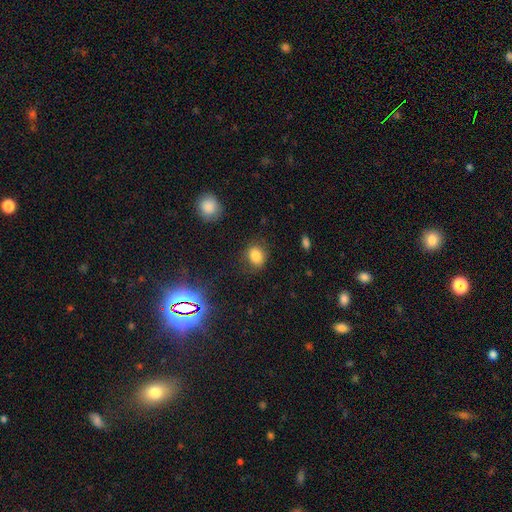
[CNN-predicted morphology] The model was most divided on "how rounded": round: 54%, in between: 44%, cigar-shaped: 1%. More confident: smooth or featured — smooth (81%); merging — none (75%).